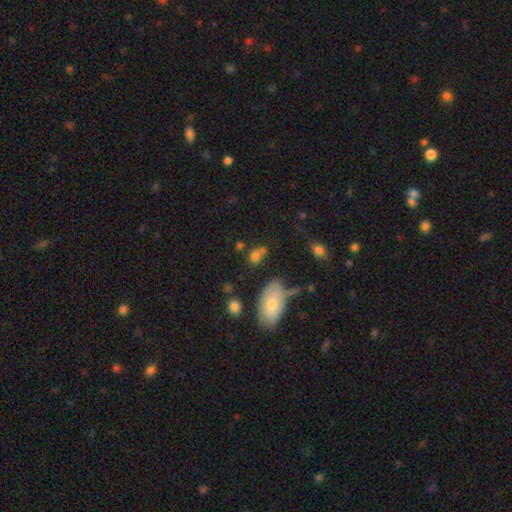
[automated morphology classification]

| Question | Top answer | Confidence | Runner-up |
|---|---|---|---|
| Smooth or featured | smooth | 74% | star or artifact (15%) |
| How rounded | in between | 62% | round (35%) |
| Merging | none | 50% | merger (25%) |